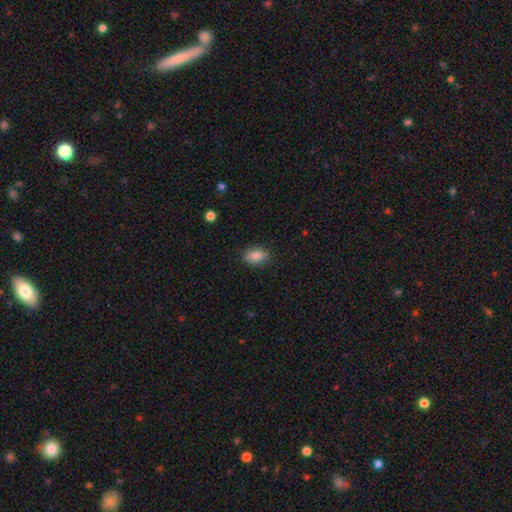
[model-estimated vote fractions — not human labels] Smooth or featured? smooth (87%)
How rounded? in between (87%)
Merging? none (86%)